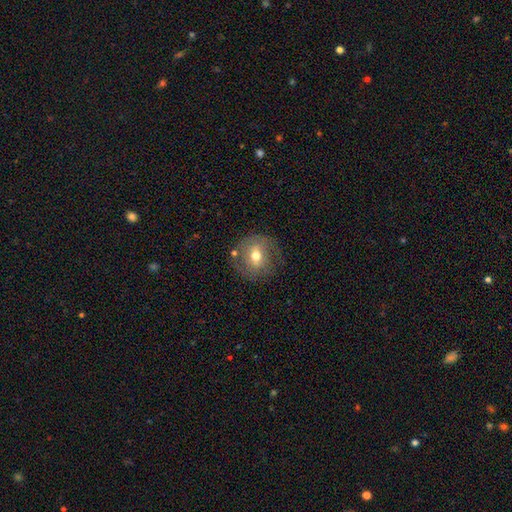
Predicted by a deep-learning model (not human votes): This is possibly a smooth galaxy (51%). How rounded: clearly round (80%). Merging: likely none (70%).